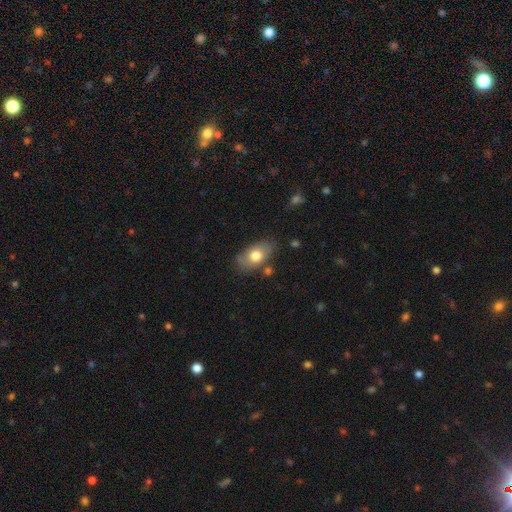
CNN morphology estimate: Smooth or featured? smooth (73%)
How rounded? in between (88%)
Merging? none (76%)